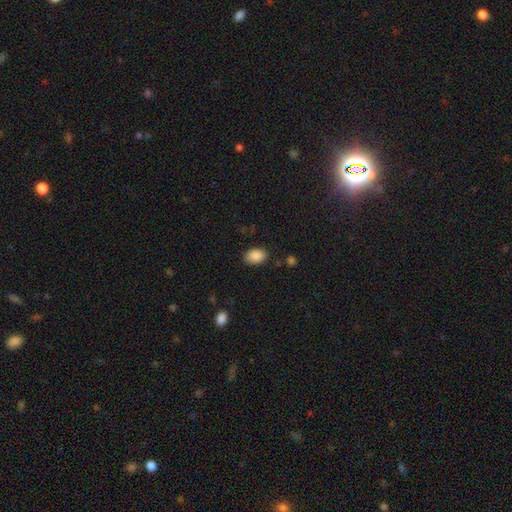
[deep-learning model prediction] Q: Smooth or featured?
A: smooth (89%); runner-up: star or artifact (7%)
Q: How rounded?
A: in between (87%); runner-up: round (12%)
Q: Merging?
A: none (85%); runner-up: minor disturbance (10%)